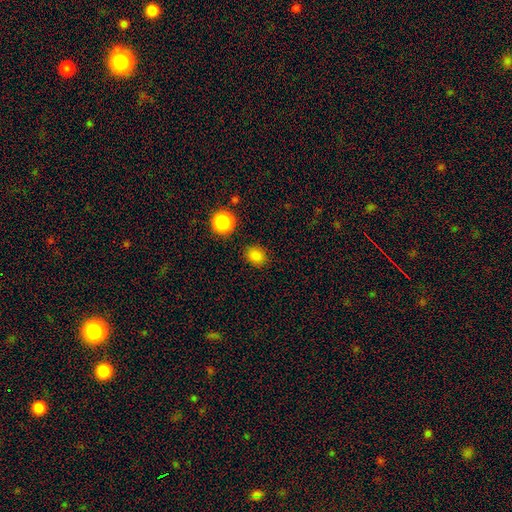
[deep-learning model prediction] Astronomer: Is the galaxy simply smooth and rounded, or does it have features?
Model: smooth — 84%.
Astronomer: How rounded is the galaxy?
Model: round — 68%.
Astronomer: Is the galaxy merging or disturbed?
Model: none — 86%.